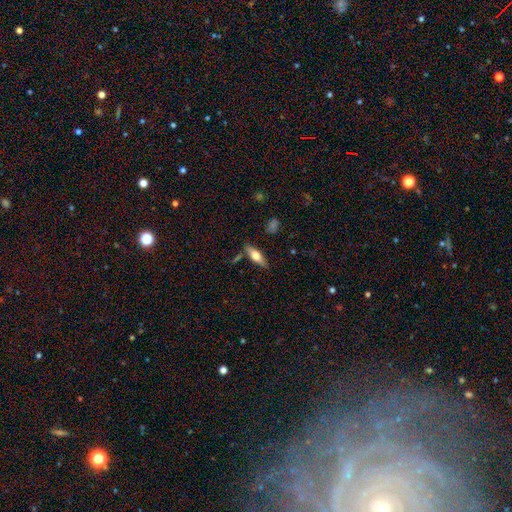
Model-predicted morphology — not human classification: Smooth or featured?
  - smooth: 55% *
  - featured or disk: 39%
  - star or artifact: 6%
How rounded?
  - in between: 49% * (tied)
  - cigar-shaped: 49% * (tied)
  - round: 2%
Merging?
  - none: 80% *
  - minor disturbance: 13%
  - merger: 4%
  - major disturbance: 3%